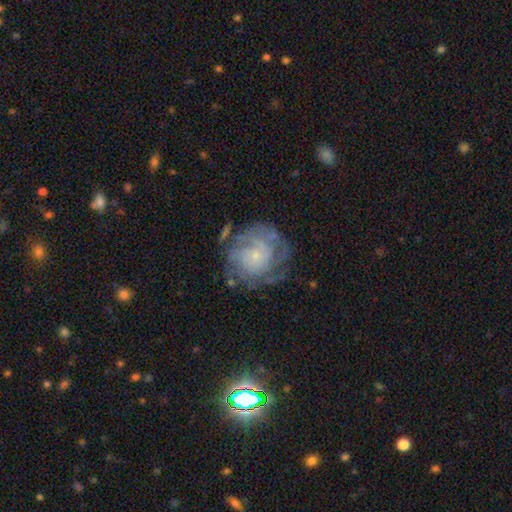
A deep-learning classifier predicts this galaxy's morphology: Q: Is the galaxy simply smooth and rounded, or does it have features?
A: featured or disk — 75%.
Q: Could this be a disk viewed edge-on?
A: no — 98%.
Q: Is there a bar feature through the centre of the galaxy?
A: no — 81%.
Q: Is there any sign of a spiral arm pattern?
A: yes — 86%.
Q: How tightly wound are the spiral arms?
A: tight — 65%.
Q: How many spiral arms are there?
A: can't tell — 45%.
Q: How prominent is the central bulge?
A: small — 79%.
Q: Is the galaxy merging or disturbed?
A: none — 65%.